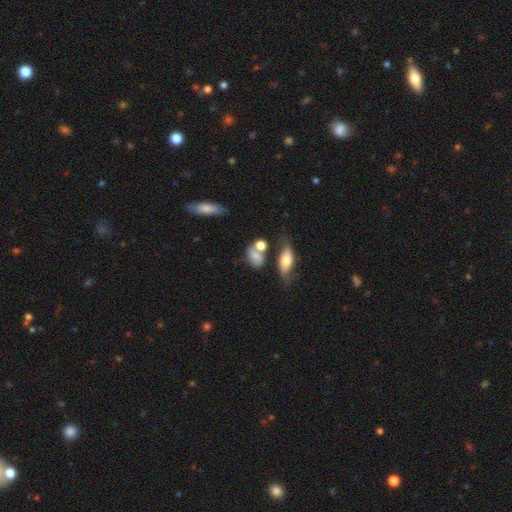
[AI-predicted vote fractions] Morphology: type=smooth (66%); roundness=in between (63%); merging=none (37%).